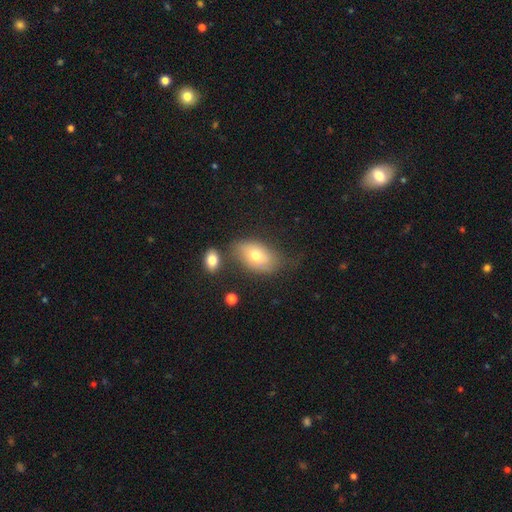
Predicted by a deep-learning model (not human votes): A smooth galaxy with no disk features (67%) that is in between round and cigar-shaped (89%). Merging: none (61%).